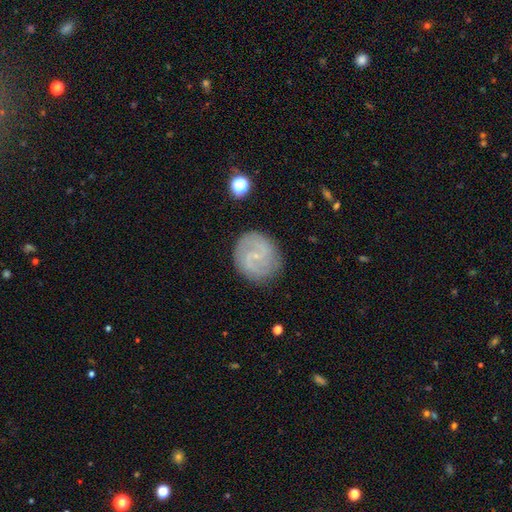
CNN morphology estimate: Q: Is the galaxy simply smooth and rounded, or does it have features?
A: featured or disk — 74%.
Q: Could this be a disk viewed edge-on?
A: no — 98%.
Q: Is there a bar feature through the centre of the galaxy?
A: weak — 48%.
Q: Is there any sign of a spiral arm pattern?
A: yes — 93%.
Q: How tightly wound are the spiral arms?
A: medium — 45%.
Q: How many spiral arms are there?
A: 2 — 75%.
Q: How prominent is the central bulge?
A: small — 80%.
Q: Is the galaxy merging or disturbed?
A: none — 84%.